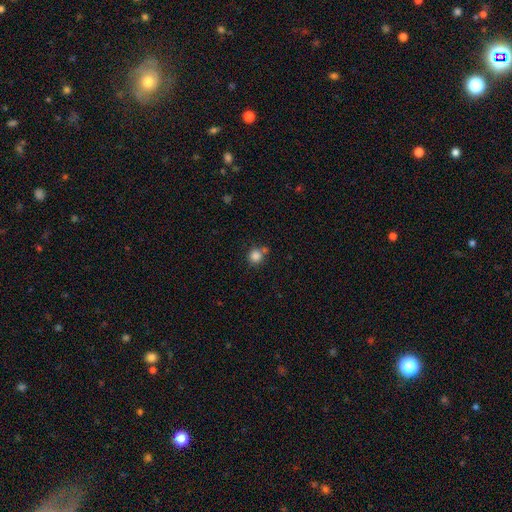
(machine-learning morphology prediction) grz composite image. It shows a smooth galaxy with no disk features (84%) that is round (91%). Merging: none (65%).